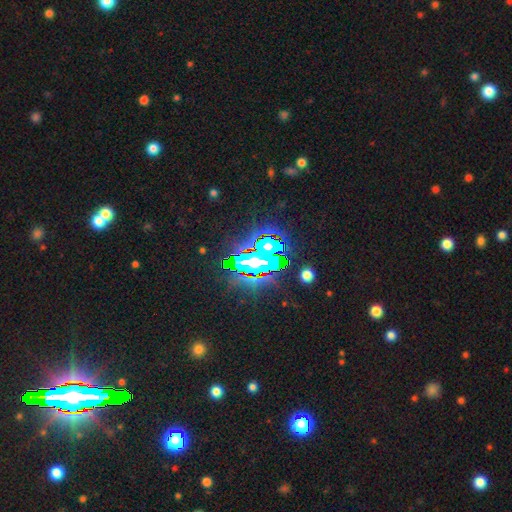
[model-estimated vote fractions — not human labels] This is clearly a star or artifact rather than a galaxy (81%).